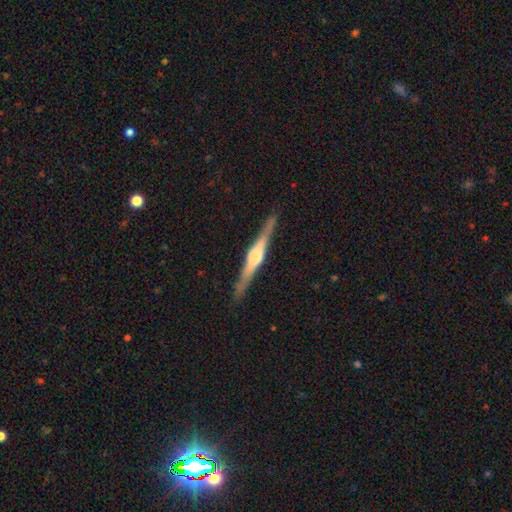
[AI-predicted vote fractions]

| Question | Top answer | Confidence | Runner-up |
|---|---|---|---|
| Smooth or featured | featured or disk | 79% | smooth (16%) |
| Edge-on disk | yes | 98% | no (2%) |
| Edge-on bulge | rounded | 77% | boxy (17%) |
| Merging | none | 90% | minor disturbance (7%) |